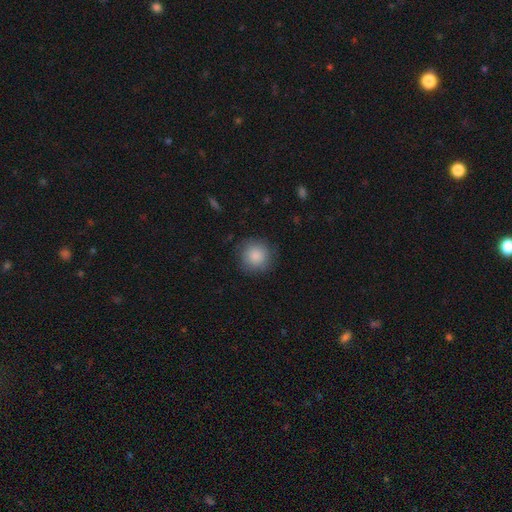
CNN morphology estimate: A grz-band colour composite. It shows a smooth galaxy with no disk features (87%) that is round (94%). Merging: none (85%).